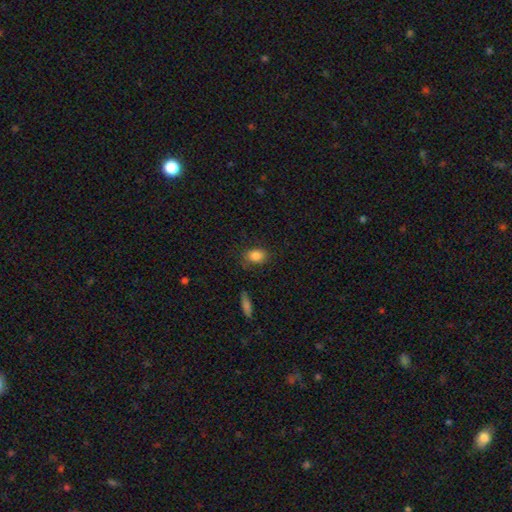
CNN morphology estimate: smooth_or_featured: smooth (p=0.85) [alt: star or artifact p=0.09]
how_rounded: in between (p=0.71) [alt: round p=0.27]
merging: none (p=0.78) [alt: minor disturbance p=0.15]